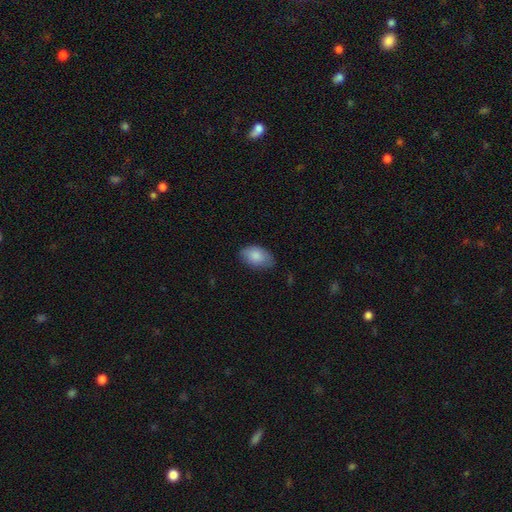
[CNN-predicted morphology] Smooth or featured?
  - smooth: 85% *
  - featured or disk: 9%
  - star or artifact: 6%
How rounded?
  - in between: 92% *
  - round: 7%
  - cigar-shaped: 1%
Merging?
  - none: 72% *
  - minor disturbance: 23%
  - major disturbance: 4%
  - merger: 1%